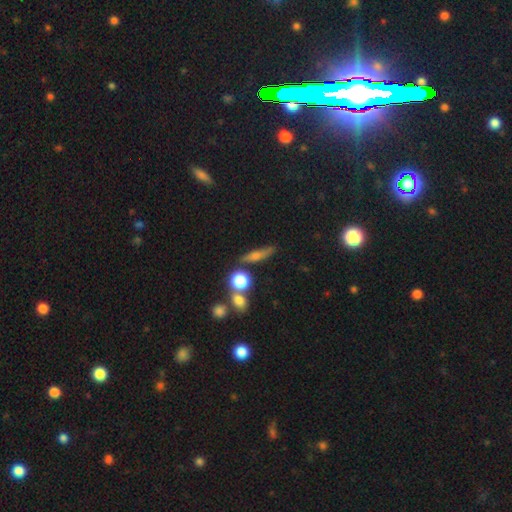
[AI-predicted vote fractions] Overall: smooth (53%; featured or disk 33%). How rounded: cigar-shaped (57%; in between 22%). Merging: none (70%).